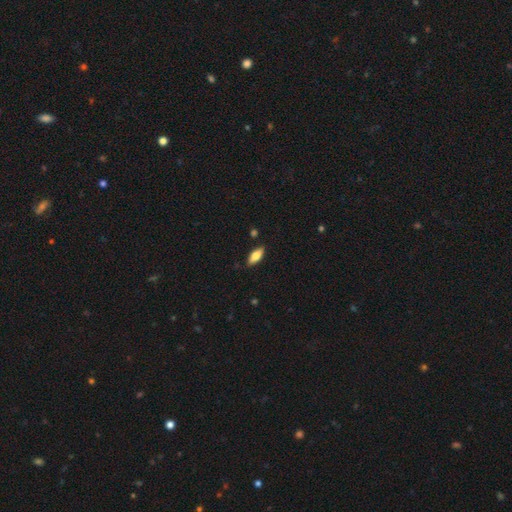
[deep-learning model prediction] Morphology: type=smooth (73%); roundness=in between (79%); merging=none (87%).